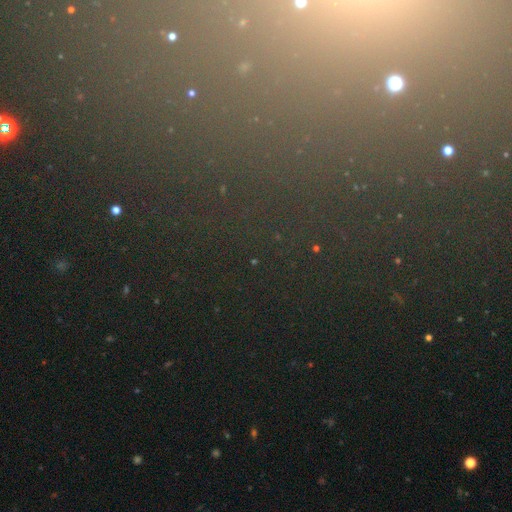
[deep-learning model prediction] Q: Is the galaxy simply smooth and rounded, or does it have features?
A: star or artifact — 73%.